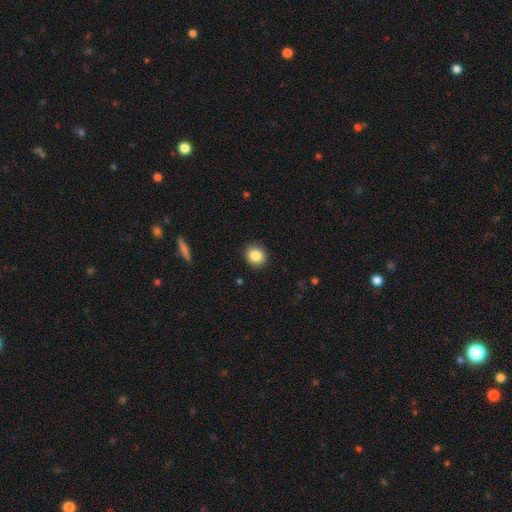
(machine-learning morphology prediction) Q: Smooth or featured?
A: smooth (86%); runner-up: star or artifact (9%)
Q: How rounded?
A: round (77%); runner-up: in between (22%)
Q: Merging?
A: none (91%); runner-up: minor disturbance (7%)